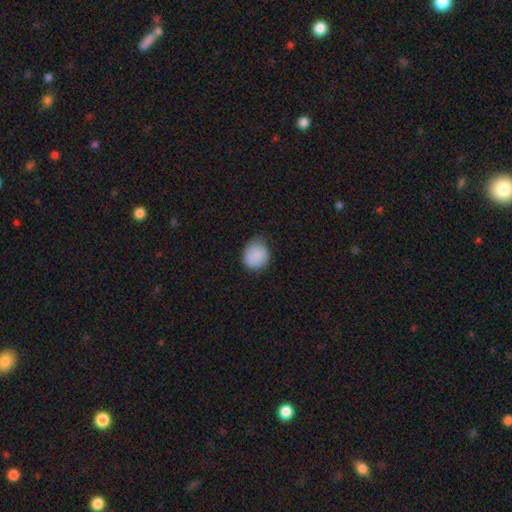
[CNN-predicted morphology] Smooth or featured? Predicted: smooth (p=0.88). How rounded? Predicted: round (p=0.77). Merging? Predicted: none (p=0.72).